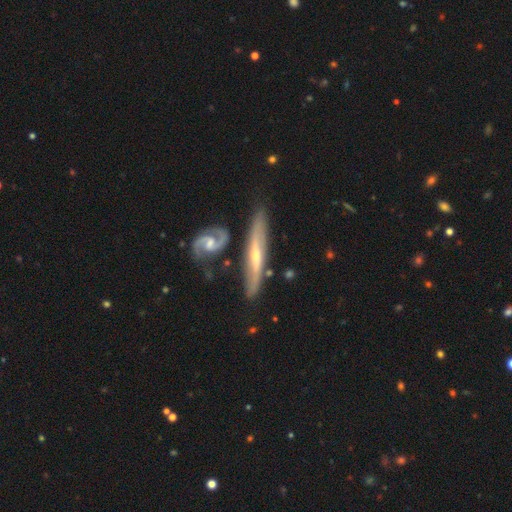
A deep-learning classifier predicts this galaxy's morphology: smooth-or-featured: featured or disk: 75% | smooth: 19% | star or artifact: 6%
  disk-edge-on: yes: 67% | no: 33%
    edge-on-bulge: rounded: 65% | none: 28% | boxy: 6%
  merging: none: 66% | minor disturbance: 18% | merger: 12% | major disturbance: 5%